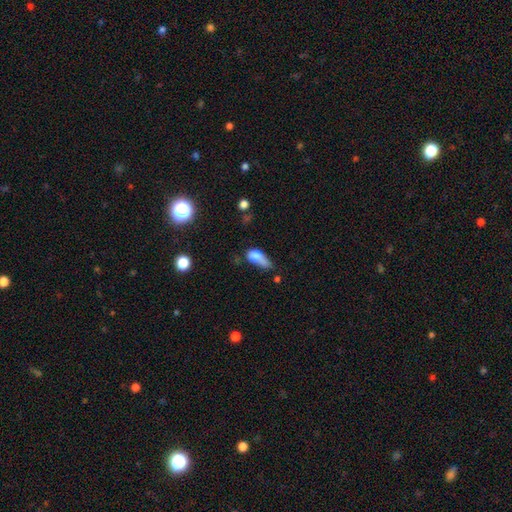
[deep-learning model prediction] Overall: smooth (72%). How rounded: in between (70%). Merging: merger (29%; minor disturbance 25%).